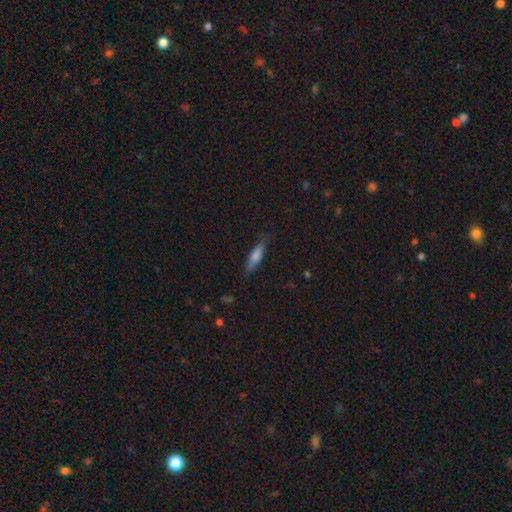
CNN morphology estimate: This appears to be a smooth galaxy with no disk features (69%) that is cigar-shaped (70%). Merging: none (81%).